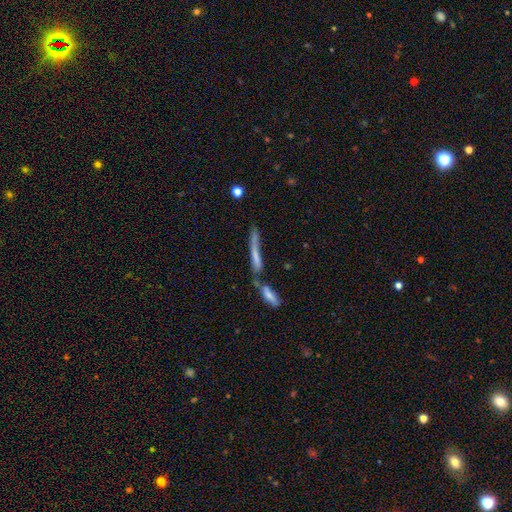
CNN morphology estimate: smooth-or-featured: smooth: 57% | featured or disk: 34% | star or artifact: 9%
  how-rounded: cigar-shaped: 90% | in between: 8% | round: 2%
  merging: merger: 43% | none: 34% | minor disturbance: 14% | major disturbance: 10%